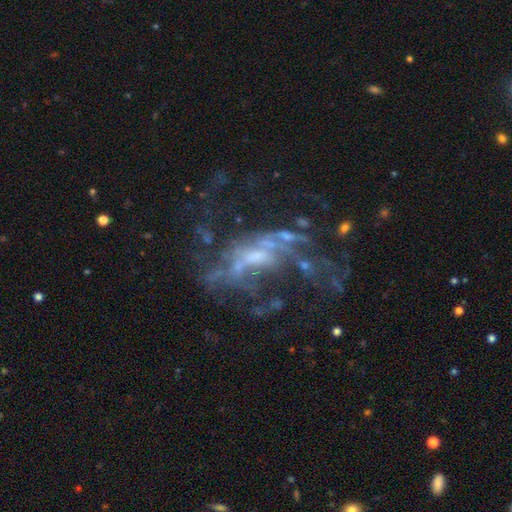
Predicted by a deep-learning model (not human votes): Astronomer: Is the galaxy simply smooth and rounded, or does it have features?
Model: featured or disk — 74%.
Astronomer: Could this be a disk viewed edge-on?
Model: no — 93%.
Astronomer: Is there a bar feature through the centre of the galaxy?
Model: no — 56%.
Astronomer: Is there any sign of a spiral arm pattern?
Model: no — 55% (runner-up: yes, 45%).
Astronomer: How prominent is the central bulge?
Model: small — 40% (runner-up: moderate, 28%).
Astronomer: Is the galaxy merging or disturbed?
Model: none — 39% (runner-up: major disturbance, 36%).